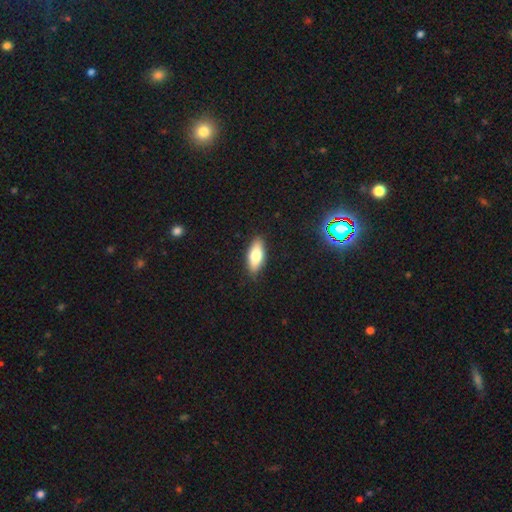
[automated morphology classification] smooth 75%, featured or disk 18%, star or artifact 7%. Down the decision tree: how rounded — in between (77%); merging — none (88%).